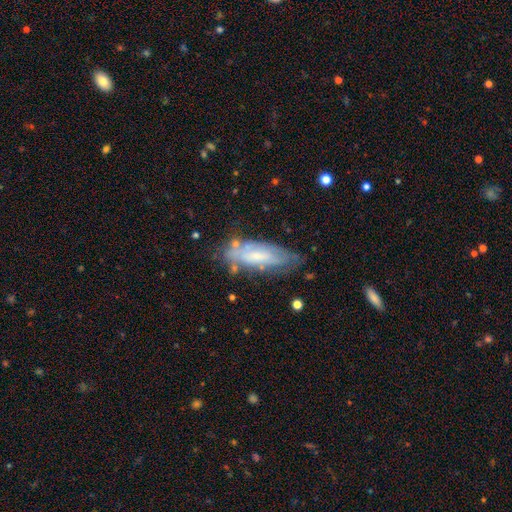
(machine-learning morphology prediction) smooth-or-featured: featured or disk: 53% | smooth: 39% | star or artifact: 8%
  disk-edge-on: no: 75% | yes: 25%
  merging: none: 61% | minor disturbance: 25% | major disturbance: 9% | merger: 4%